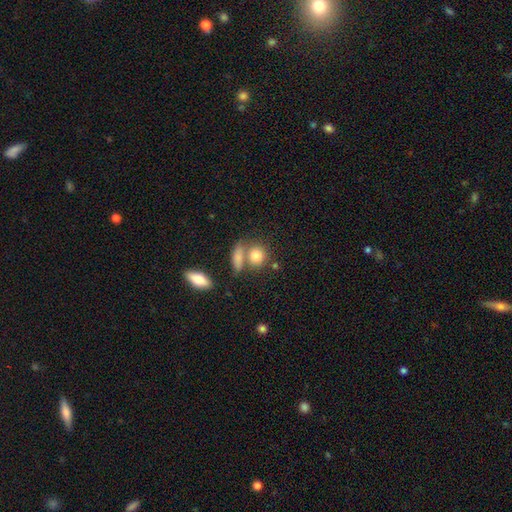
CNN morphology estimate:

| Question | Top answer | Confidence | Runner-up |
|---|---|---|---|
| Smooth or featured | smooth | 81% | featured or disk (10%) |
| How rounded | round | 63% | in between (32%) |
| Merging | none | 51% | merger (33%) |